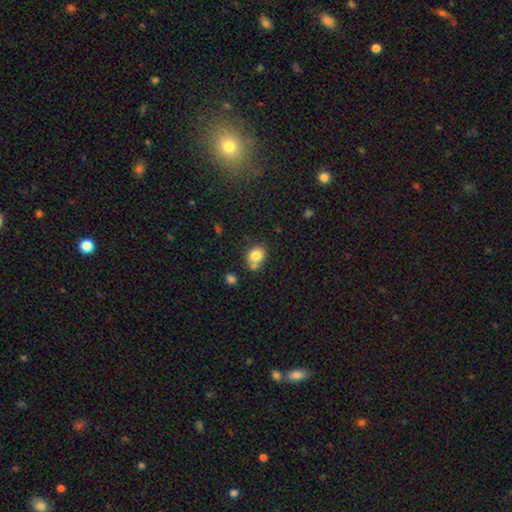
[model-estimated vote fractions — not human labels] A smooth galaxy with no disk features (81%) that is round (50%). Merging: none (58%).